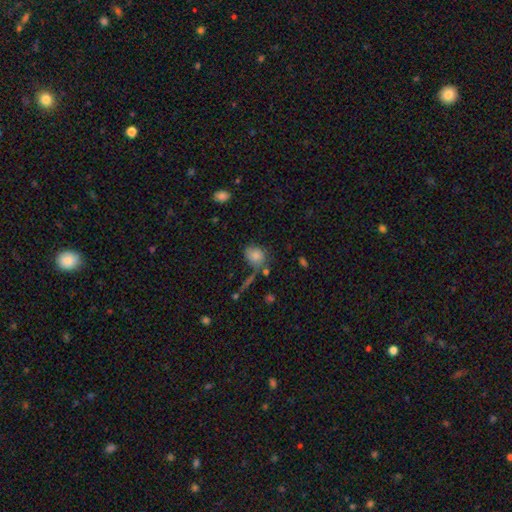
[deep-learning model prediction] A smooth galaxy with no disk features (81%) that is in between round and cigar-shaped (54%). Merging: none (57%).